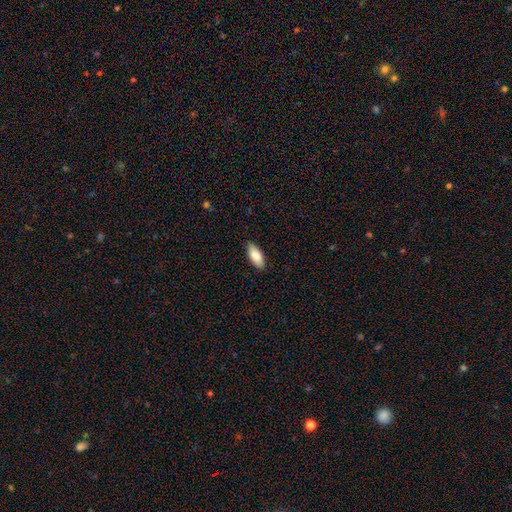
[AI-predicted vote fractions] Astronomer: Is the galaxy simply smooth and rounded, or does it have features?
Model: smooth — 86%.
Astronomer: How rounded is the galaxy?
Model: in between — 86%.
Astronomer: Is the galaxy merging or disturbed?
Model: none — 87%.